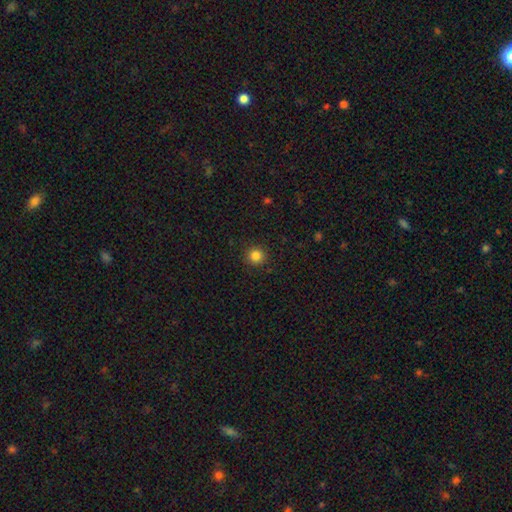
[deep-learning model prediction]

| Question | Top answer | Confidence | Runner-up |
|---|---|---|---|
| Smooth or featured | smooth | 84% | star or artifact (12%) |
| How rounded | round | 94% | in between (5%) |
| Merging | none | 91% | minor disturbance (6%) |